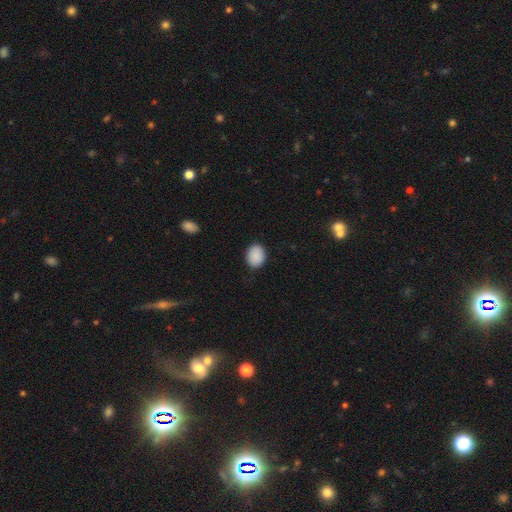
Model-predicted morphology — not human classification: This is clearly a smooth galaxy (90%). How rounded: possibly in between (51%). Merging: clearly none (87%).